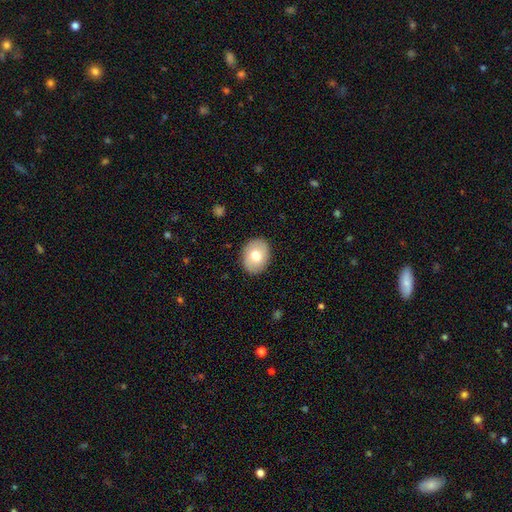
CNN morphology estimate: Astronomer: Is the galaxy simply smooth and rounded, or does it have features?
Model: smooth — 73%.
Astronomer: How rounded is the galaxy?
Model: in between — 58% (runner-up: round, 41%).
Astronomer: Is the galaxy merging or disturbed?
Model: none — 88%.